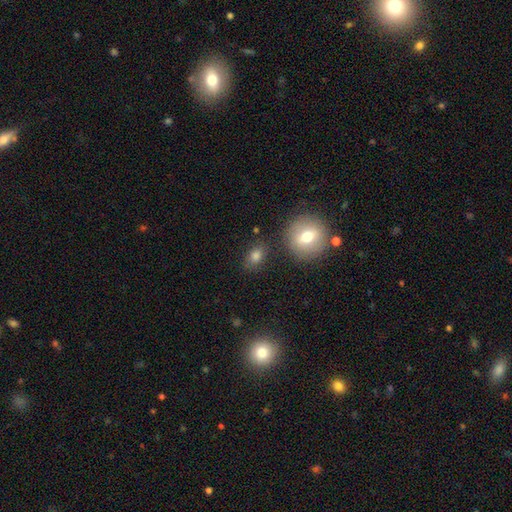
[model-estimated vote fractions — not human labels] Smooth or featured?
  - smooth: 80% *
  - star or artifact: 11%
  - featured or disk: 9%
How rounded?
  - in between: 69% *
  - round: 29%
  - cigar-shaped: 2%
Merging?
  - none: 75% *
  - minor disturbance: 14%
  - merger: 7%
  - major disturbance: 4%